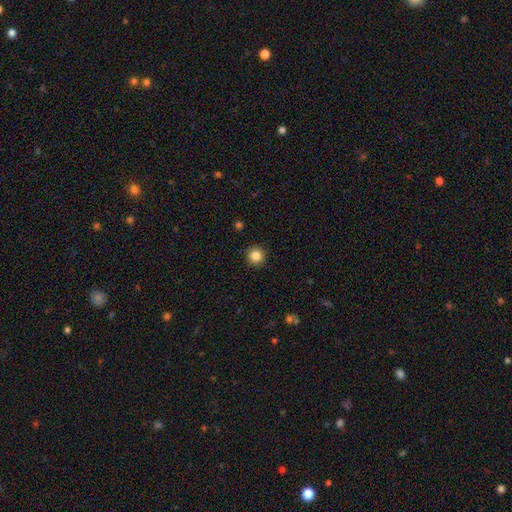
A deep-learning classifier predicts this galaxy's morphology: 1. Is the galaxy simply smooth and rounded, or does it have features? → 84% smooth, 11% star or artifact, 5% featured or disk.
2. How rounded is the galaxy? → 96% round, 3% in between, 1% cigar-shaped.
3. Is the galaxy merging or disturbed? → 93% none, 5% minor disturbance, 2% major disturbance, 1% merger.